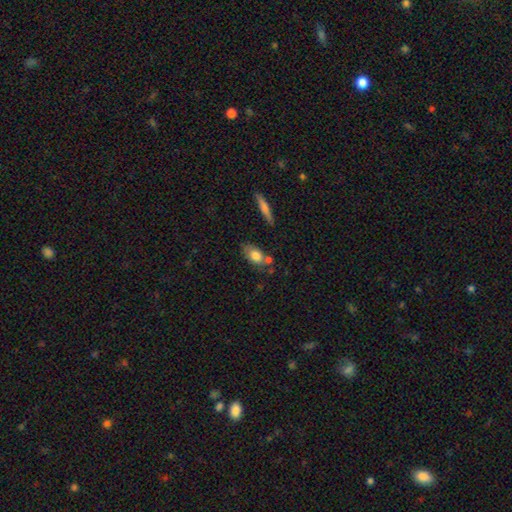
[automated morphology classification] A smooth galaxy with no disk features (78%) that is in between round and cigar-shaped (82%).

Vote fractions:
- Smooth or featured? smooth: 78% / featured or disk: 15% / star or artifact: 7%
- How rounded? in between: 82% / round: 11% / cigar-shaped: 7%
- Merging? none: 57% / minor disturbance: 20% / merger: 18% / major disturbance: 6%